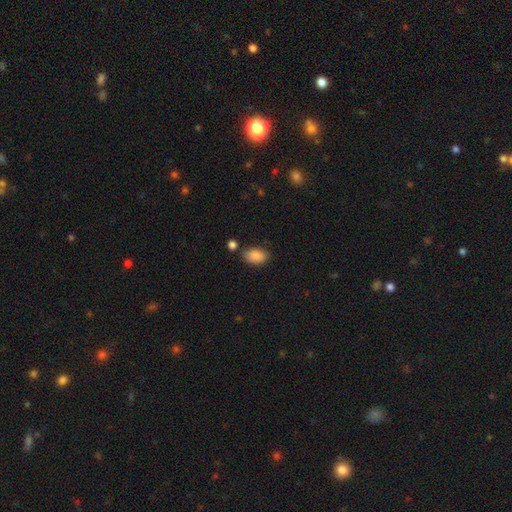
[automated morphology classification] type=smooth (89%); roundness=in between (91%); merging=none (77%).